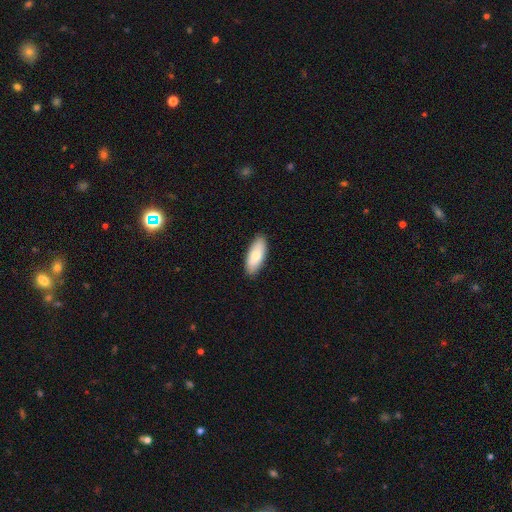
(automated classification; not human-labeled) A smooth galaxy with no disk features (79%) that is in between round and cigar-shaped (80%).

Vote fractions:
- Smooth or featured? smooth: 79% / featured or disk: 16% / star or artifact: 5%
- How rounded? in between: 80% / cigar-shaped: 18% / round: 2%
- Merging? none: 88% / minor disturbance: 9% / major disturbance: 2% / merger: 1%